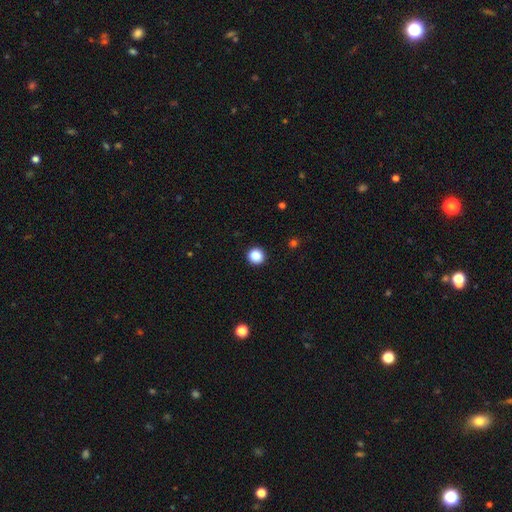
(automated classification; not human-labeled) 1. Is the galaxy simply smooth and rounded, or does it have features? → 87% smooth, 10% star or artifact, 3% featured or disk.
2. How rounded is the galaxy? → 95% round, 4% in between, 1% cigar-shaped.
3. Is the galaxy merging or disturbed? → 93% none, 4% minor disturbance, 2% major disturbance, 1% merger.